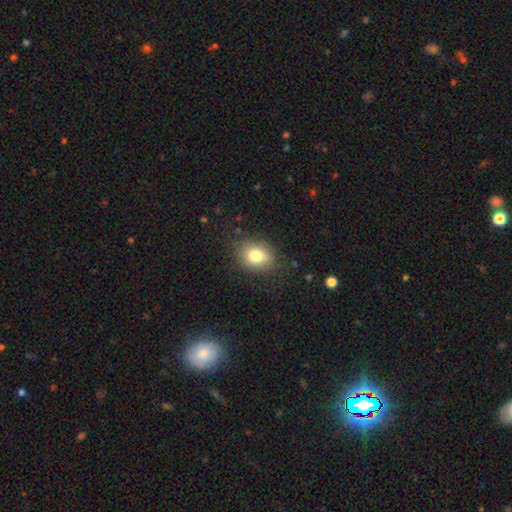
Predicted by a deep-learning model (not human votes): The model was most divided on "how rounded": in between: 50%, round: 49%, cigar-shaped: 1%. More confident: merging — none (80%); smooth or featured — smooth (79%).